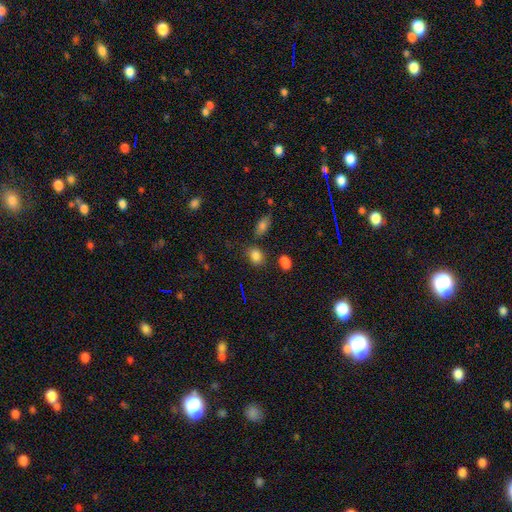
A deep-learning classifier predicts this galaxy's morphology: smooth-or-featured: smooth: 82% | star or artifact: 13% | featured or disk: 5%
  how-rounded: in between: 63% | round: 36% | cigar-shaped: 2%
  merging: none: 72% | minor disturbance: 17% | merger: 7% | major disturbance: 5%